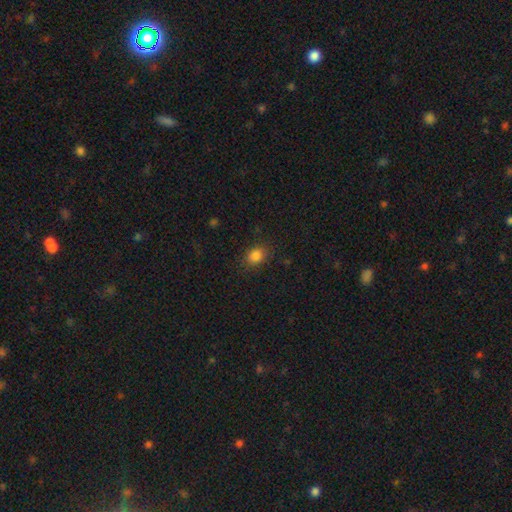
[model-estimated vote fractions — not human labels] Smooth or featured? smooth (84%)
How rounded? in between (56%)
Merging? none (85%)